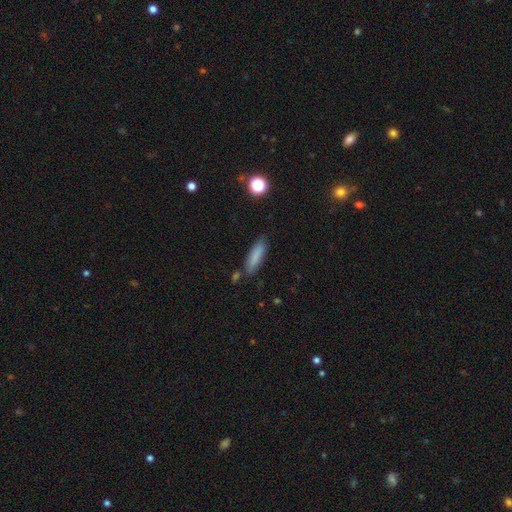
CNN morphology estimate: Overall: smooth (82%). How rounded: cigar-shaped (67%; in between 31%). Merging: none (78%).